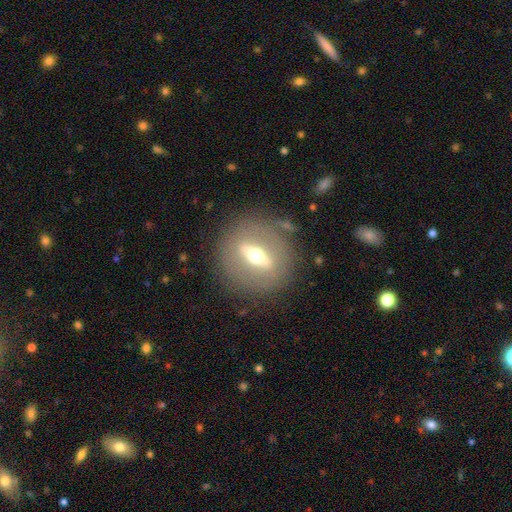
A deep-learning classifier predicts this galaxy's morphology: smooth_or_featured: featured or disk (p=0.73) [alt: smooth p=0.20]
disk_edge_on: yes (p=0.52) [alt: no p=0.48]
merging: none (p=0.84) [alt: minor disturbance p=0.09]